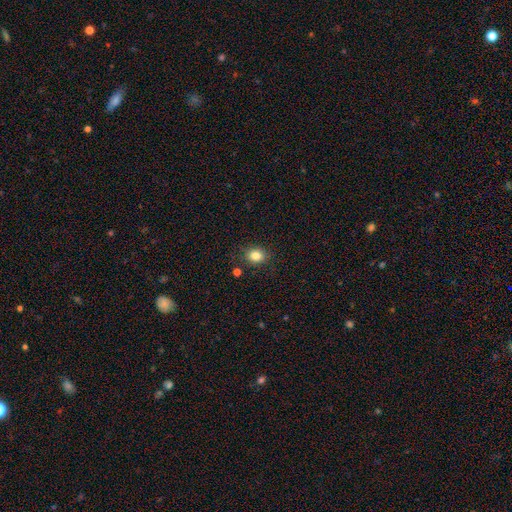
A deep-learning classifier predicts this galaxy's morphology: Smooth or featured: smooth — 83% (star or artifact — 11%)
How rounded: round — 57% (in between — 42%)
Merging: none — 84% (minor disturbance — 10%)